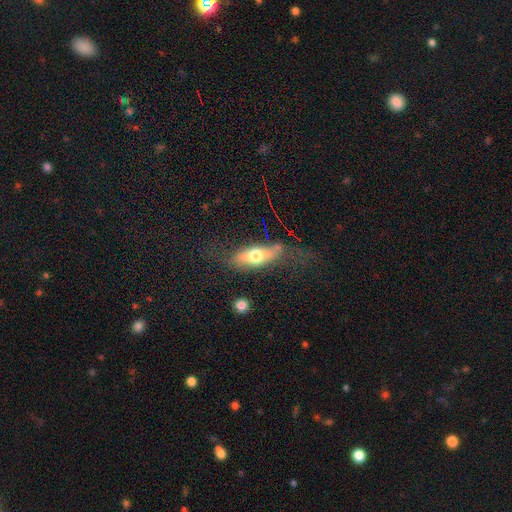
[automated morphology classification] This is possibly a smooth galaxy (55%). How rounded: likely in between (64%). Merging: possibly none (51%).